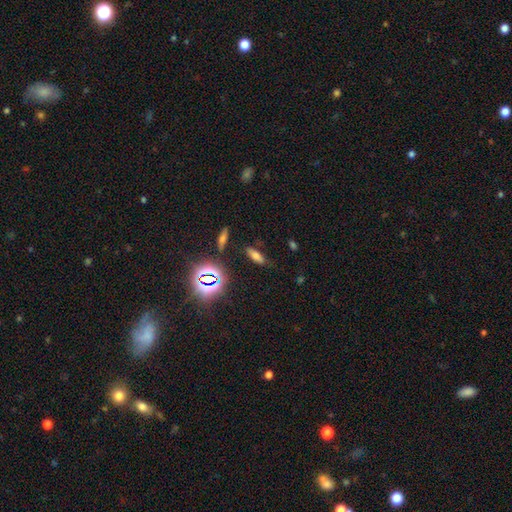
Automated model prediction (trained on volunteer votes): This appears to be a smooth galaxy with no disk features (60%) that is in between round and cigar-shaped (62%). Merging: none (79%).